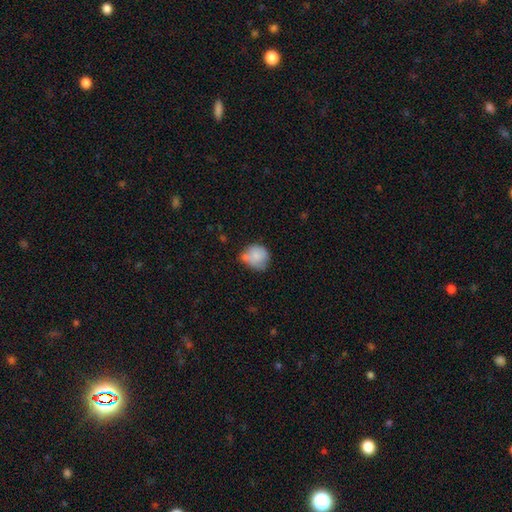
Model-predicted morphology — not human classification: Overall: smooth (77%). How rounded: round (71%). Merging: none (39%; minor disturbance 38%).